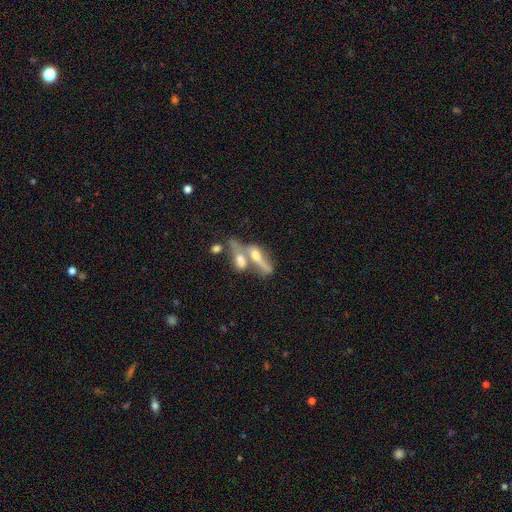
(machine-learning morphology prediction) Smooth or featured? featured or disk (52%)
Edge-on disk? yes (53%)
Merging? merger (58%)